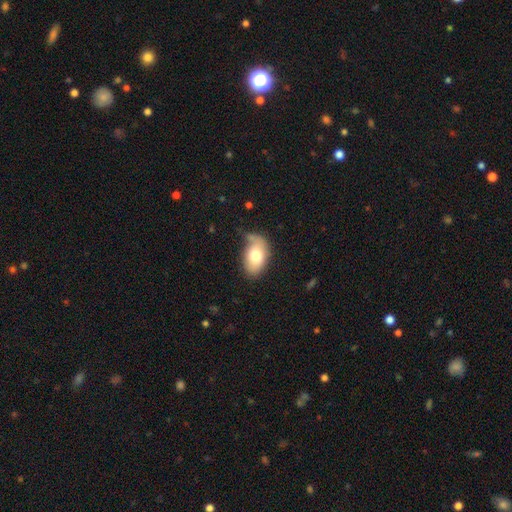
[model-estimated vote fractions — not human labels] A smooth galaxy with no disk features (76%) that is in between round and cigar-shaped (90%).

Vote fractions:
- Smooth or featured? smooth: 76% / featured or disk: 18% / star or artifact: 7%
- How rounded? in between: 90% / round: 8% / cigar-shaped: 1%
- Merging? none: 54% / minor disturbance: 29% / major disturbance: 10% / merger: 6%